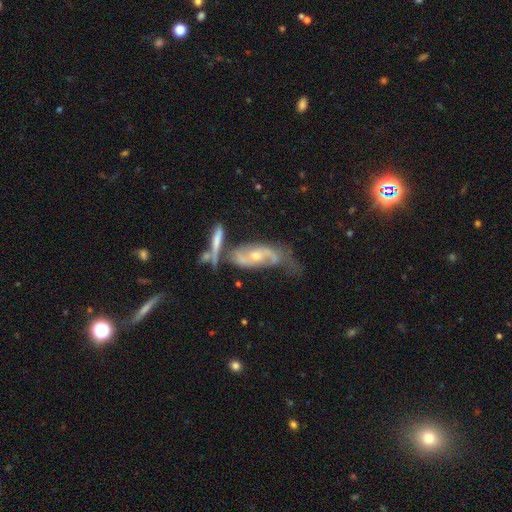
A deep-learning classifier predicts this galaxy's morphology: Q: Smooth or featured?
A: featured or disk (74%); runner-up: smooth (14%)
Q: Edge-on disk?
A: no (83%); runner-up: yes (17%)
Q: Bar?
A: no (63%); runner-up: weak (28%)
Q: Spiral arms?
A: yes (83%); runner-up: no (17%)
Q: Spiral winding?
A: loose (38%); runner-up: medium (36%)
Q: Spiral arm count?
A: 2 (59%); runner-up: can't tell (23%)
Q: Bulge size?
A: small (48%); runner-up: moderate (47%)
Q: Merging?
A: none (32%); runner-up: merger (31%)